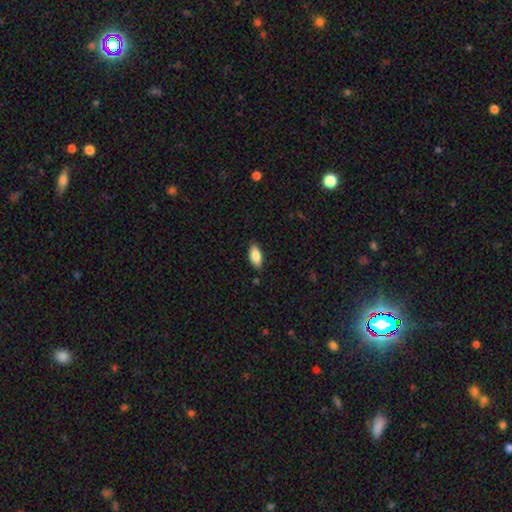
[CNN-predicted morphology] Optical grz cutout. It shows a smooth galaxy with no disk features (86%) that is in between round and cigar-shaped (89%). Merging: none (84%).